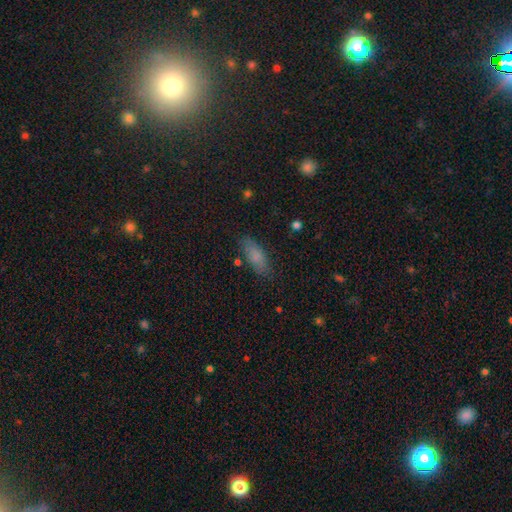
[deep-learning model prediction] Q: Smooth or featured?
A: smooth (78%); runner-up: featured or disk (12%)
Q: How rounded?
A: in between (76%); runner-up: cigar-shaped (22%)
Q: Merging?
A: none (80%); runner-up: minor disturbance (15%)